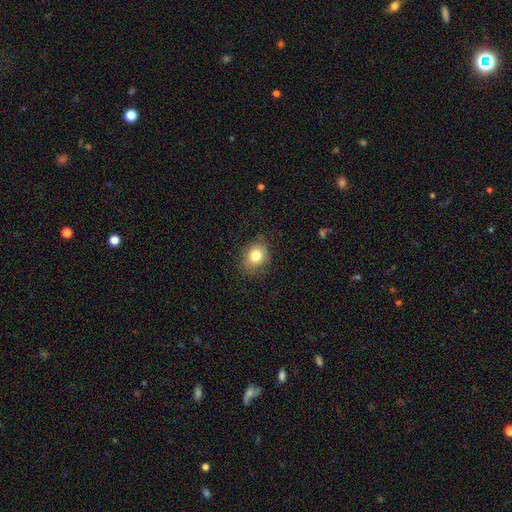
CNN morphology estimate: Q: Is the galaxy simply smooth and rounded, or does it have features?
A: smooth — 81%.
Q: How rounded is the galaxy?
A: round — 55%.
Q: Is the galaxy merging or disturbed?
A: none — 75%.